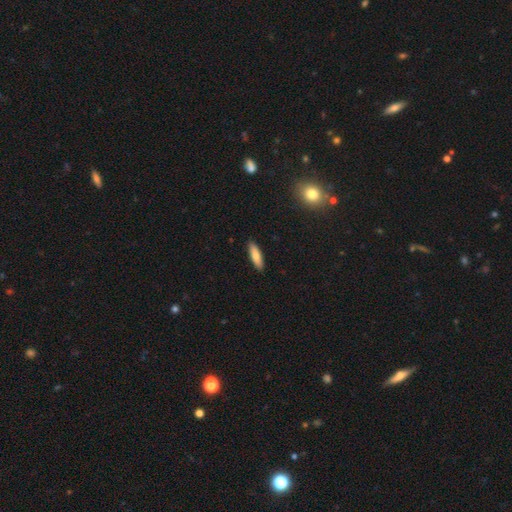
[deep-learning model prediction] Q: Smooth or featured?
A: smooth (77%); runner-up: featured or disk (17%)
Q: How rounded?
A: cigar-shaped (60%); runner-up: in between (38%)
Q: Merging?
A: none (89%); runner-up: minor disturbance (8%)